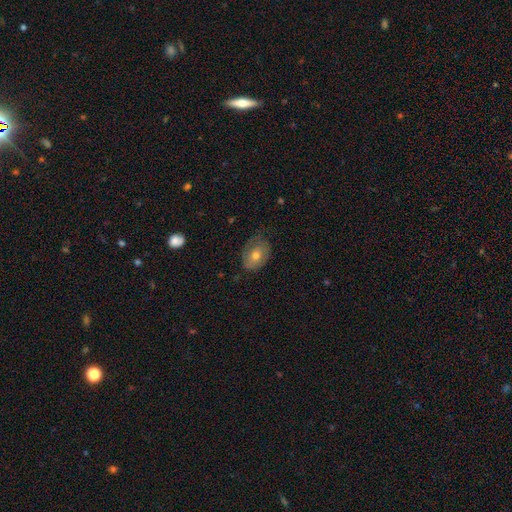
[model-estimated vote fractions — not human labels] Overall: smooth (59%; featured or disk 33%). How rounded: in between (71%). Merging: none (59%; minor disturbance 29%).